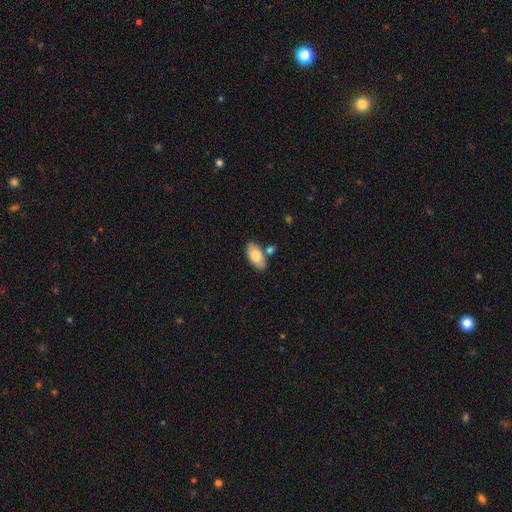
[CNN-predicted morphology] Smooth or featured? smooth (73%)
How rounded? in between (93%)
Merging? none (75%)